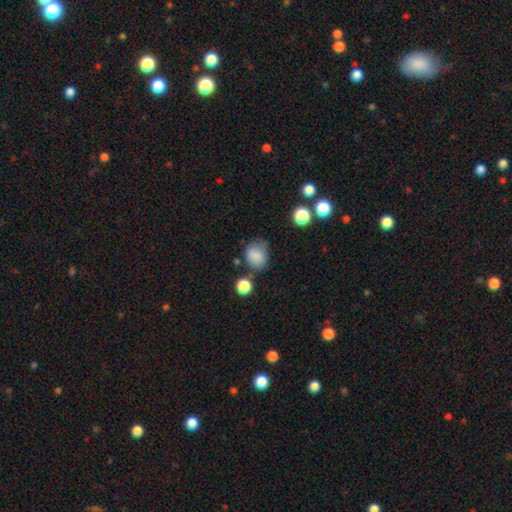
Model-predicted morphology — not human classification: This appears to be a smooth galaxy with no disk features (83%) that is round (58%). Merging: none (58%).